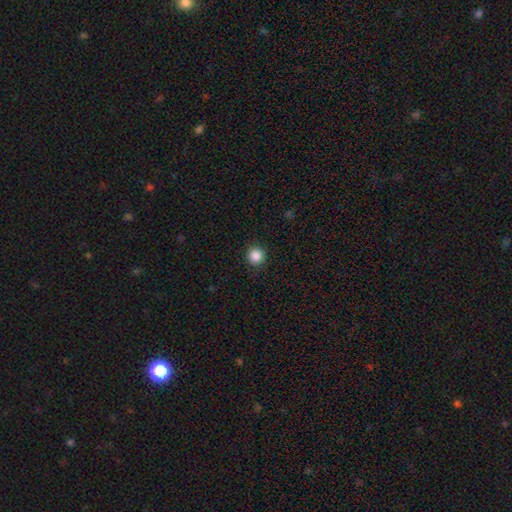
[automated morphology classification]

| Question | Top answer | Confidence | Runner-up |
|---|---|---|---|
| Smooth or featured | smooth | 87% | star or artifact (10%) |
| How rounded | round | 95% | in between (5%) |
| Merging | none | 91% | minor disturbance (6%) |